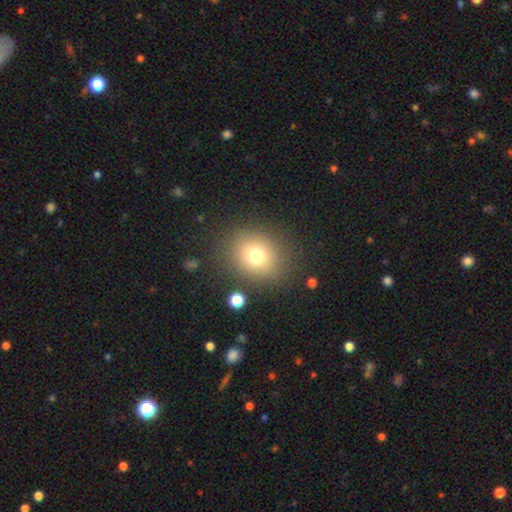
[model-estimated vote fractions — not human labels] A smooth galaxy with no disk features (74%) that is round (71%). Merging: none (83%).